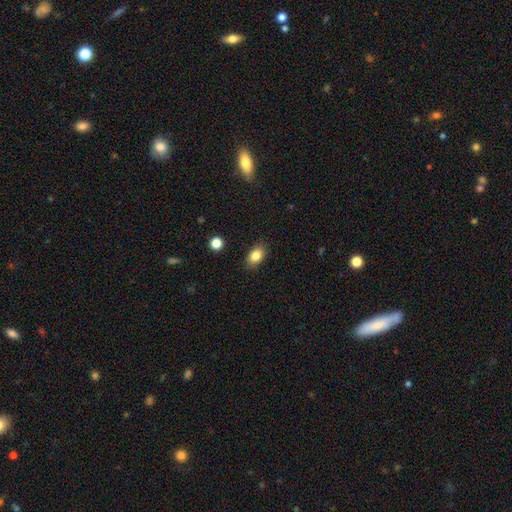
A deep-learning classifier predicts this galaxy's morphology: Overall: smooth (85%). How rounded: in between (86%). Merging: none (87%).